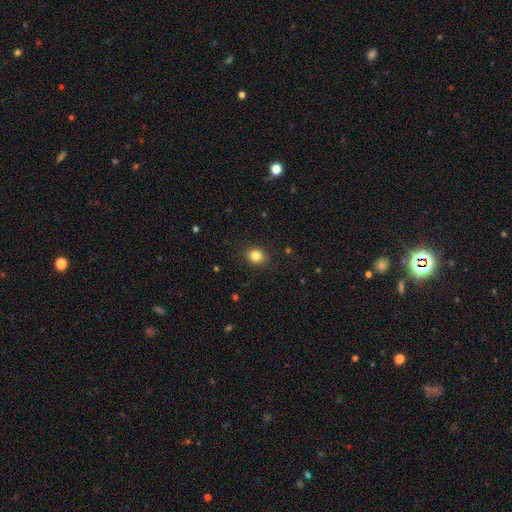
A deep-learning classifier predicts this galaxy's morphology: Overall: smooth (83%). How rounded: round (64%; in between 35%). Merging: none (86%).